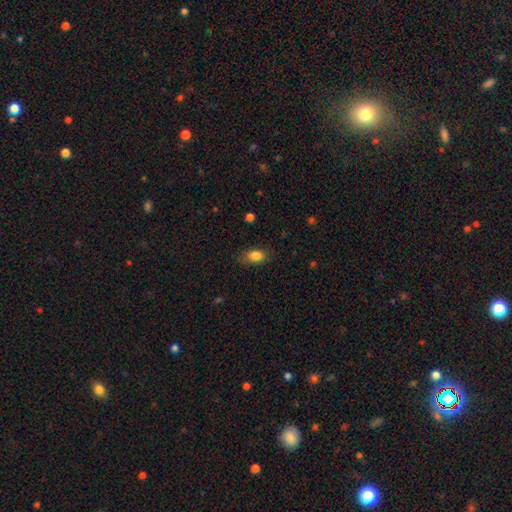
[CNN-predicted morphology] Q: Smooth or featured?
A: smooth (85%); runner-up: star or artifact (8%)
Q: How rounded?
A: in between (87%); runner-up: round (9%)
Q: Merging?
A: none (77%); runner-up: minor disturbance (17%)